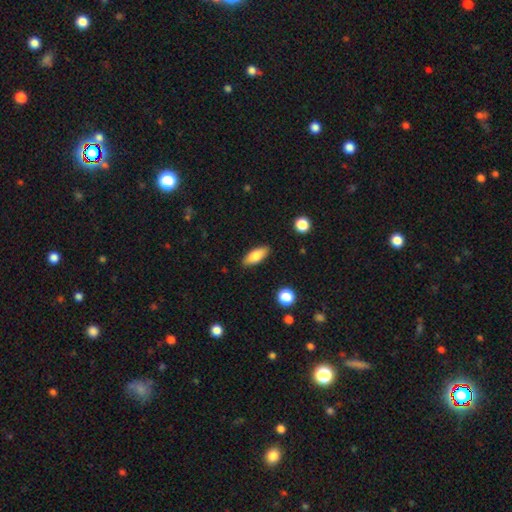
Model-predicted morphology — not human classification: The model was most divided on "smooth or featured": smooth: 76%, featured or disk: 17%, star or artifact: 7%. More confident: merging — none (87%); how rounded — in between (78%).